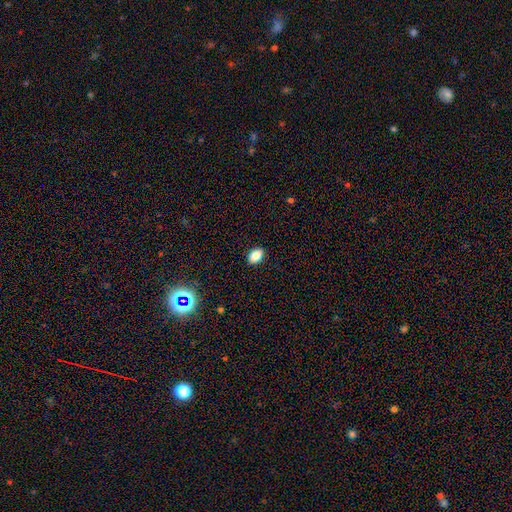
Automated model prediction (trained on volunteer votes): smooth_or_featured: smooth (p=0.83) [alt: star or artifact p=0.10]
how_rounded: in between (p=0.84) [alt: round p=0.14]
merging: none (p=0.89) [alt: minor disturbance p=0.08]